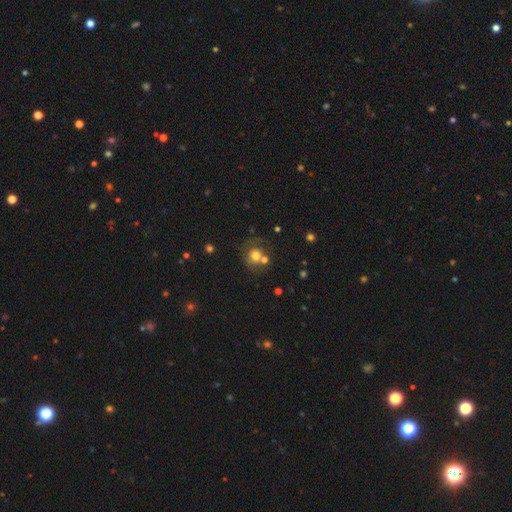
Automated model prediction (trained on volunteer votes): Q: Smooth or featured?
A: smooth (67%); runner-up: featured or disk (20%)
Q: How rounded?
A: round (82%); runner-up: in between (17%)
Q: Merging?
A: none (46%); runner-up: merger (31%)